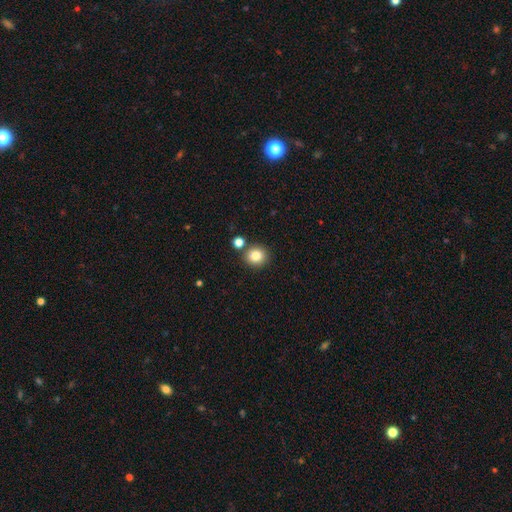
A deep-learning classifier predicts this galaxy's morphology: The model was most divided on "merging": none: 81%, merger: 10%, minor disturbance: 7%, major disturbance: 2%. More confident: how rounded — round (88%); smooth or featured — smooth (83%).